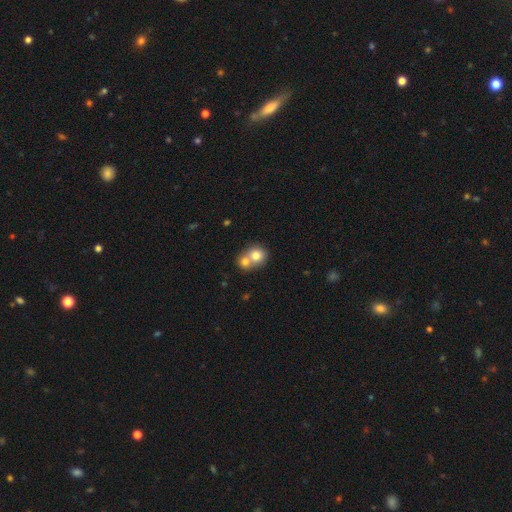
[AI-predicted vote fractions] A smooth galaxy with no disk features (73%) that is round (78%). Merging: merger (64%).